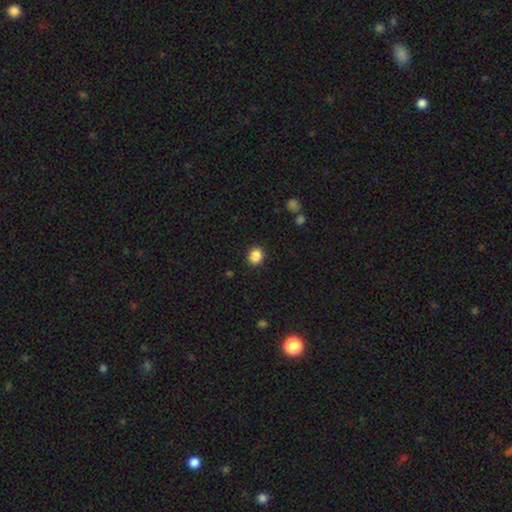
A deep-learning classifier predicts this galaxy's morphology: Q: Smooth or featured?
A: smooth (87%); runner-up: star or artifact (10%)
Q: How rounded?
A: round (68%); runner-up: in between (31%)
Q: Merging?
A: none (90%); runner-up: minor disturbance (7%)